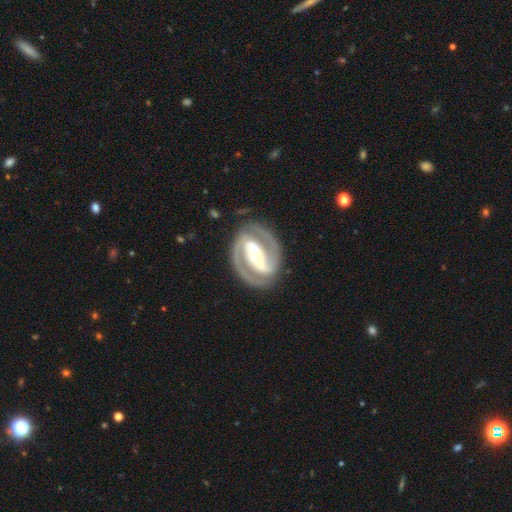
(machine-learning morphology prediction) Overall: featured or disk (91%). Edge-on disk: no (96%). Bar: strong (78%). Spiral arms: yes (96%). Spiral arm count: 2 (92%). Spiral winding: tight (51%; medium 42%). Bulge size: moderate (46%; small 45%). Merging: none (84%).